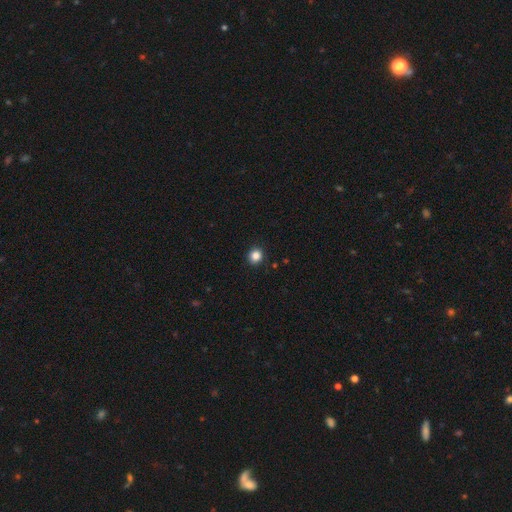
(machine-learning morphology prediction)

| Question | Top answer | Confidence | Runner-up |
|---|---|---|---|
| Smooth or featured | smooth | 84% | star or artifact (12%) |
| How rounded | round | 89% | in between (10%) |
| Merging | none | 92% | minor disturbance (6%) |